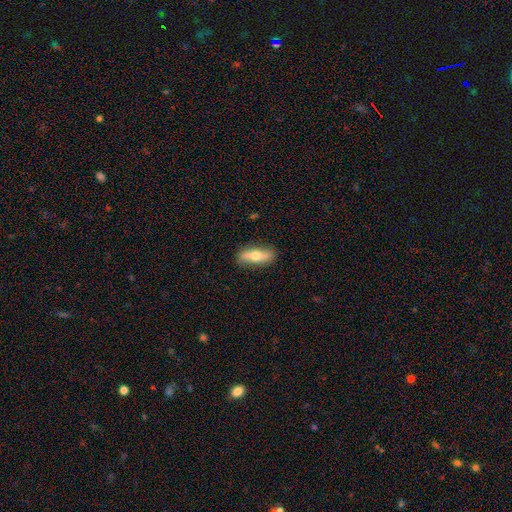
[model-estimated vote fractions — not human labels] Smooth or featured?
  - smooth: 51% *
  - featured or disk: 43%
  - star or artifact: 6%
How rounded?
  - cigar-shaped: 50% *
  - in between: 46%
  - round: 4%
Merging?
  - none: 86% *
  - minor disturbance: 11%
  - major disturbance: 2%
  - merger: 1%